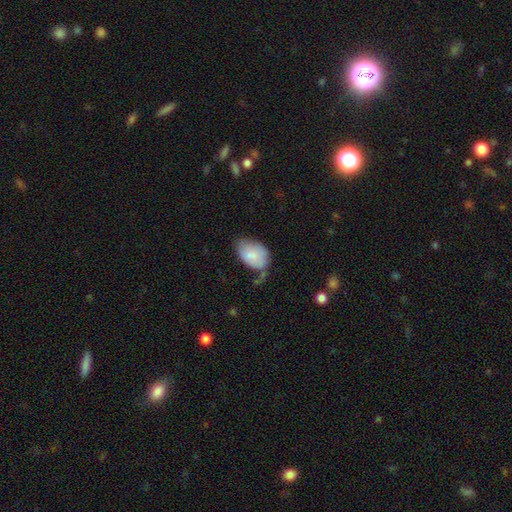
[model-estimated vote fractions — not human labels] A smooth galaxy with no disk features (79%) that is in between round and cigar-shaped (85%). Merging: none (38%).